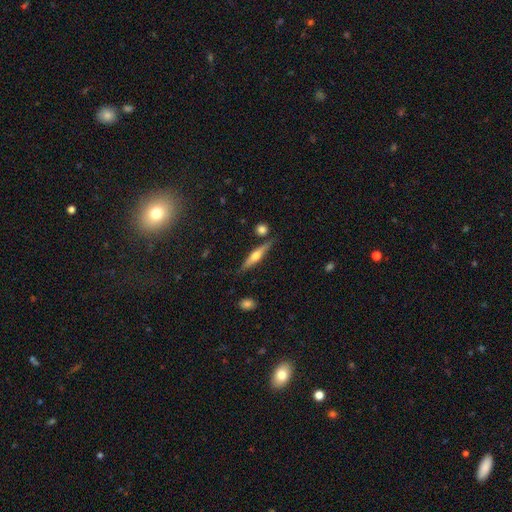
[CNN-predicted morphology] smooth-or-featured: featured or disk: 63% | smooth: 30% | star or artifact: 7%
  disk-edge-on: yes: 96% | no: 4%
    edge-on-bulge: rounded: 90% | boxy: 6% | none: 4%
  merging: none: 81% | minor disturbance: 11% | merger: 5% | major disturbance: 3%